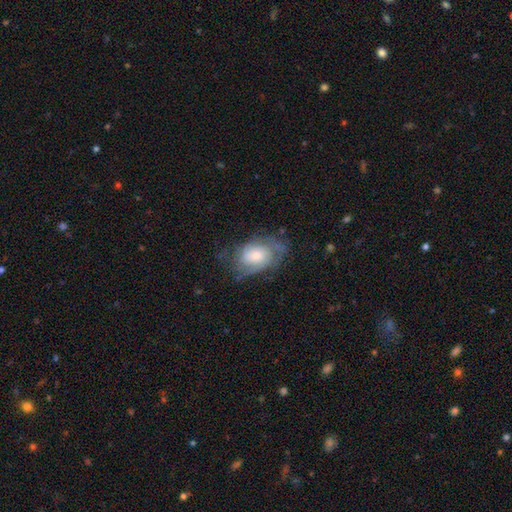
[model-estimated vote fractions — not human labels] Overall: featured or disk (57%; smooth 35%). Edge-on disk: no (96%). Bar: no (72%). Spiral arms: yes (78%). Bulge size: moderate (47%; small 24%). Merging: none (52%; minor disturbance 27%).